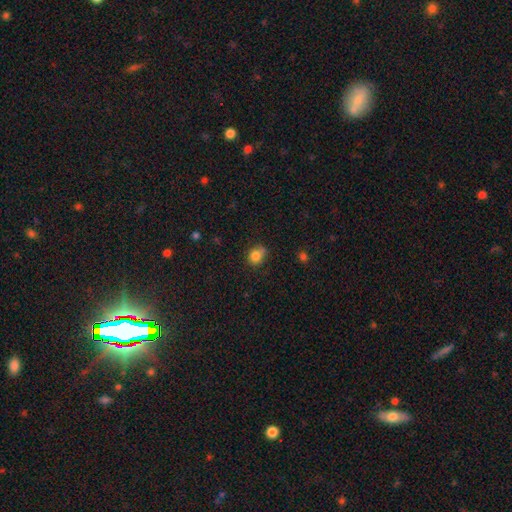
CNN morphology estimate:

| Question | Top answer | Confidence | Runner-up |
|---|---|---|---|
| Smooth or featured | smooth | 82% | star or artifact (11%) |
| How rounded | round | 66% | in between (33%) |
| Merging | none | 57% | minor disturbance (25%) |